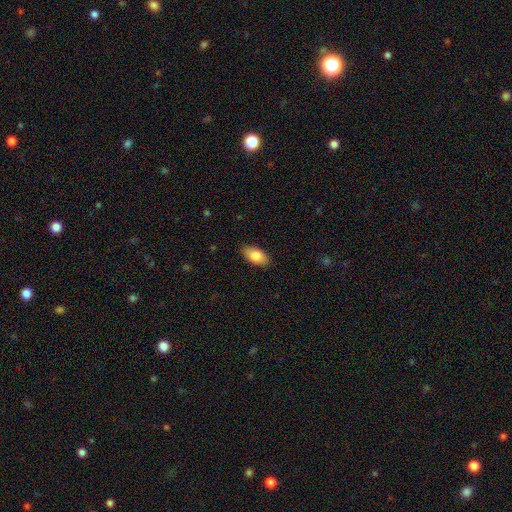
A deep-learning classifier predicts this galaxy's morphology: smooth_or_featured: smooth (p=0.83) [alt: featured or disk p=0.11]
how_rounded: in between (p=0.93) [alt: round p=0.04]
merging: none (p=0.87) [alt: minor disturbance p=0.10]